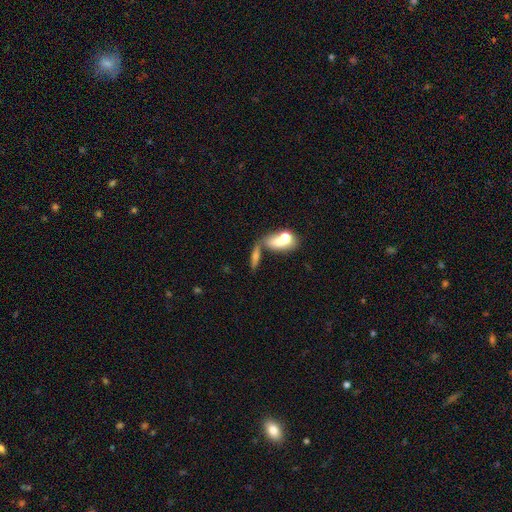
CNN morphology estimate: Smooth or featured? Predicted: smooth (p=0.55). How rounded? Predicted: in between (p=0.46). Merging? Predicted: merger (p=0.41).